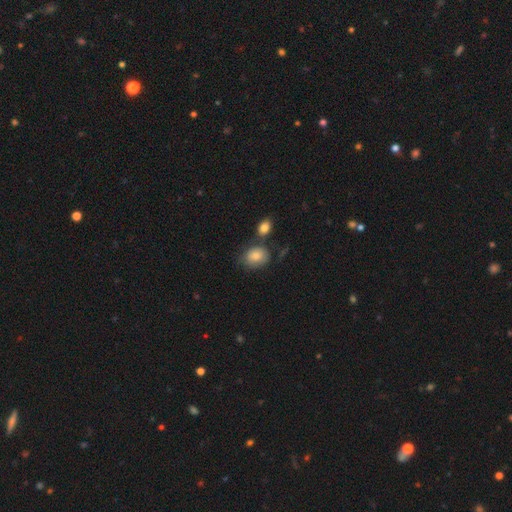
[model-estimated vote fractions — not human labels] smooth-or-featured: smooth: 81% | featured or disk: 12% | star or artifact: 7%
  how-rounded: in between: 57% | round: 42% | cigar-shaped: 1%
  merging: none: 58% | minor disturbance: 19% | merger: 16% | major disturbance: 7%